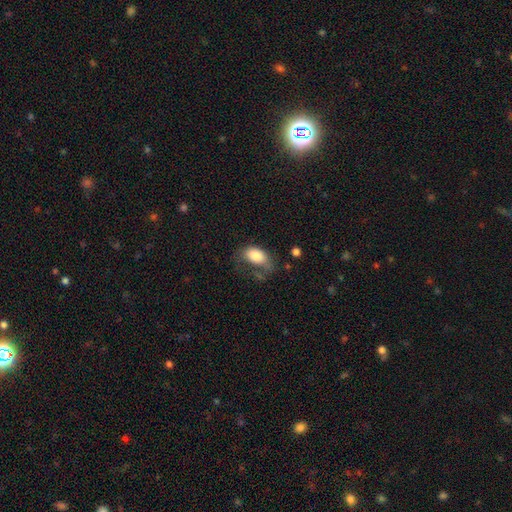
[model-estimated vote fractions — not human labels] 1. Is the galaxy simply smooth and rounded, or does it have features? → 80% smooth, 13% featured or disk, 7% star or artifact.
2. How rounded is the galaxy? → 91% in between, 7% round, 2% cigar-shaped.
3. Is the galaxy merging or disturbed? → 38% major disturbance, 28% none, 27% minor disturbance, 7% merger.